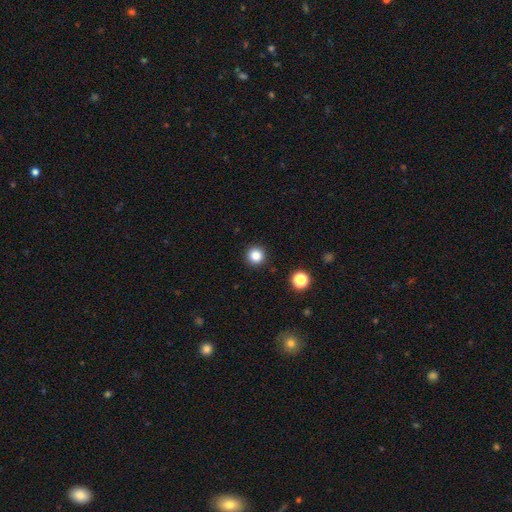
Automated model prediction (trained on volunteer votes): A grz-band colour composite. It shows a smooth galaxy with no disk features (85%) that is round (96%). Merging: none (92%).